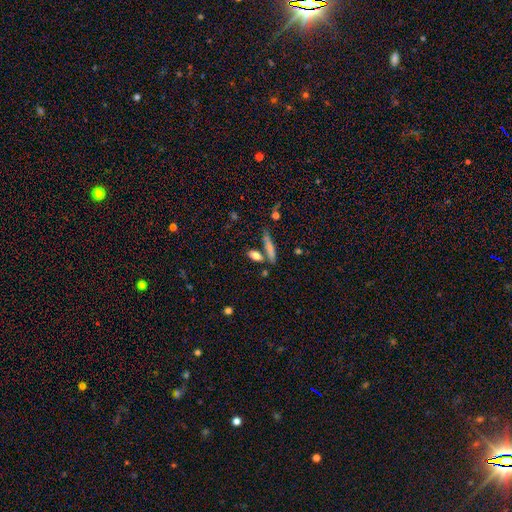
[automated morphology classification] Smooth or featured: smooth — 76% (featured or disk — 15%)
How rounded: in between — 51% (cigar-shaped — 41%)
Merging: none — 69% (merger — 15%)